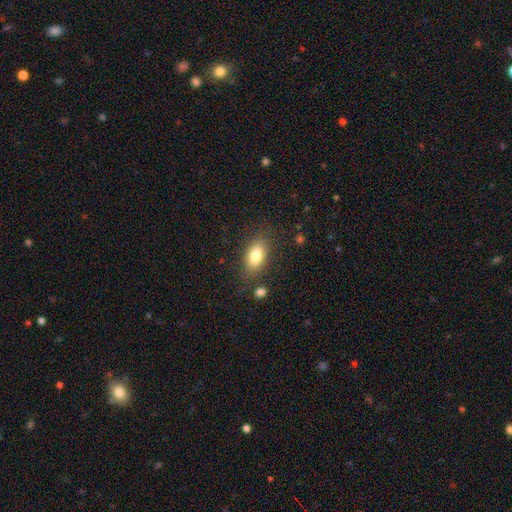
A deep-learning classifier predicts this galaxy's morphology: smooth-or-featured: smooth: 80% | featured or disk: 12% | star or artifact: 8%
  how-rounded: in between: 88% | round: 7% | cigar-shaped: 5%
  merging: none: 81% | minor disturbance: 12% | major disturbance: 4% | merger: 3%